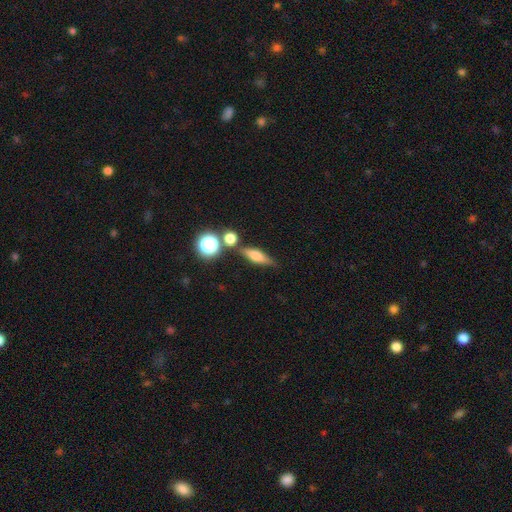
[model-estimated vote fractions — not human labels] Q: Smooth or featured?
A: smooth (51%); runner-up: featured or disk (37%)
Q: How rounded?
A: cigar-shaped (46%); runner-up: in between (42%)
Q: Merging?
A: none (72%); runner-up: minor disturbance (13%)